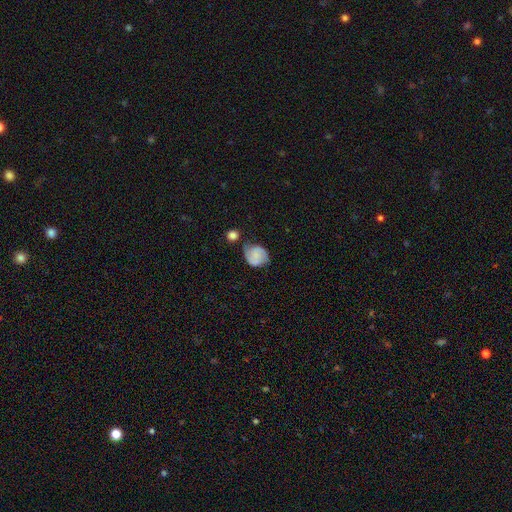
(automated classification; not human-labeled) This is possibly a featured or disk galaxy (54%). It is clearly not viewed edge-on (98%). Bar: likely no (62%). Spiral arm pattern: clearly yes (91%). Central bulge: marginally none (43%). Merging: possibly none (56%).